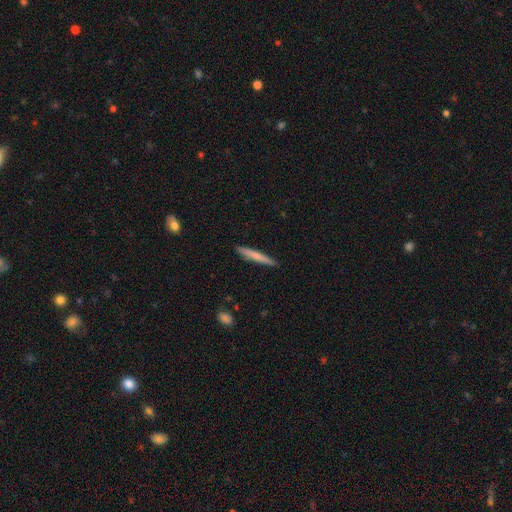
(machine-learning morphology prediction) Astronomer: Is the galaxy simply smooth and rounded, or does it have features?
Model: smooth — 69%.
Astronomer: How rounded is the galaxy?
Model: cigar-shaped — 95%.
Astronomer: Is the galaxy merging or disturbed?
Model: none — 90%.